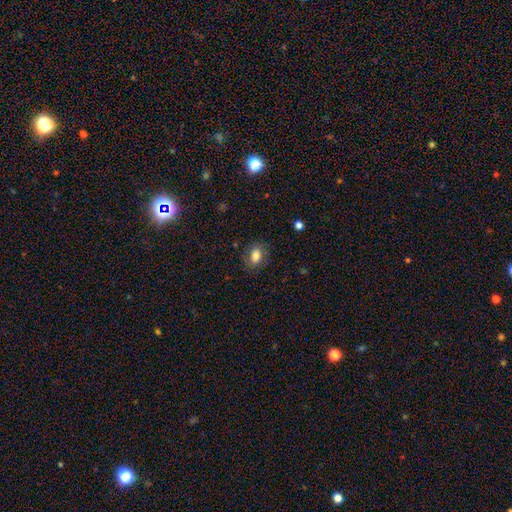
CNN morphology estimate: The model was most divided on "how rounded": in between: 80%, round: 18%, cigar-shaped: 2%. More confident: smooth or featured — smooth (80%); merging — none (79%).